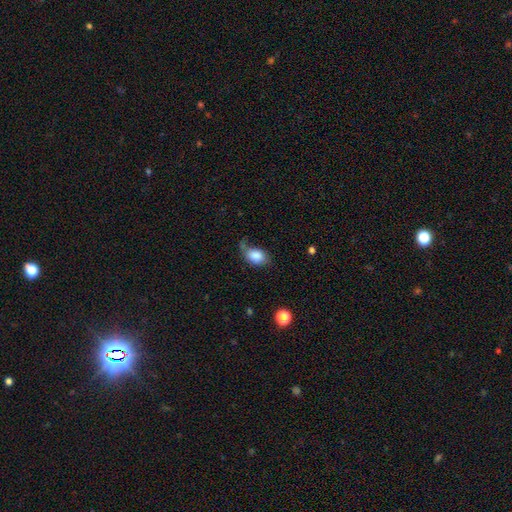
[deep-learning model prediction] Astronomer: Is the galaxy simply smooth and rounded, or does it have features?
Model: smooth — 83%.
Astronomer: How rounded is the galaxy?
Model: in between — 77%.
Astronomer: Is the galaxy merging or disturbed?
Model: none — 41% (runner-up: minor disturbance, 31%).